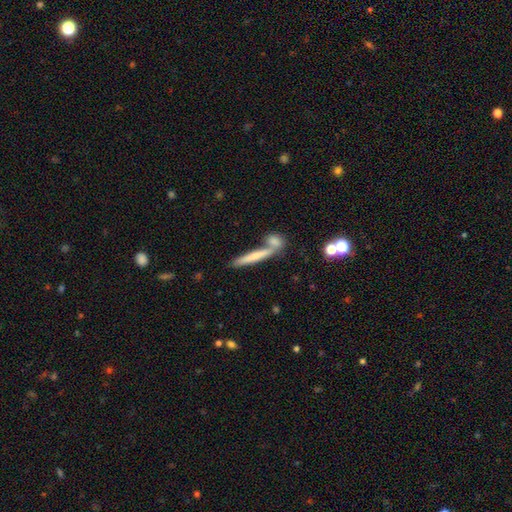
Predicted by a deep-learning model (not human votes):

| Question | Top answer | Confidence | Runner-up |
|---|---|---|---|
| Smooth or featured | smooth | 60% | featured or disk (32%) |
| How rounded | cigar-shaped | 89% | in between (8%) |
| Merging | none | 58% | merger (27%) |